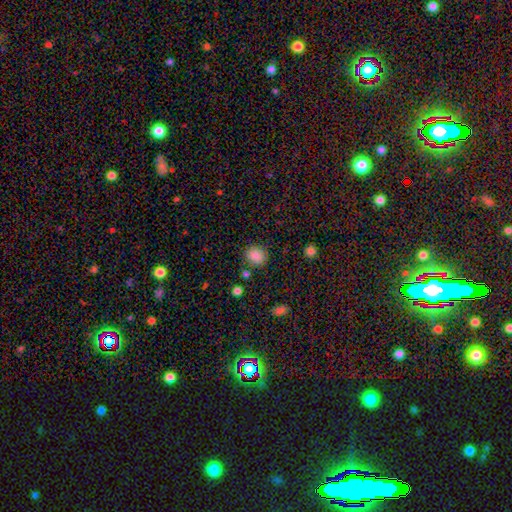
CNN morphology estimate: type=smooth (85%); roundness=round (70%); merging=none (84%).